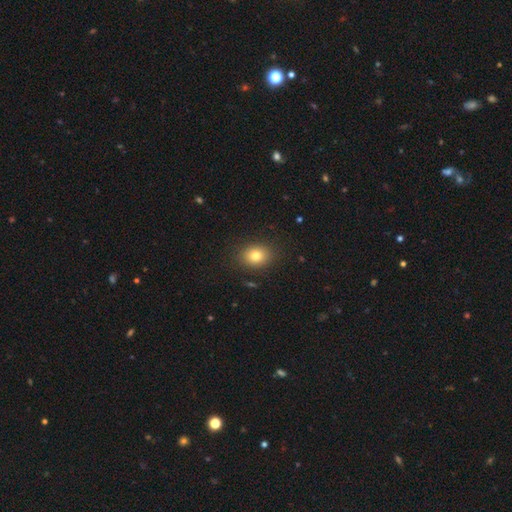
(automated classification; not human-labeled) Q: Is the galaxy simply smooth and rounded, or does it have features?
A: smooth — 80%.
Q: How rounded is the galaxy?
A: in between — 52%.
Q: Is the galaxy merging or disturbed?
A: none — 86%.